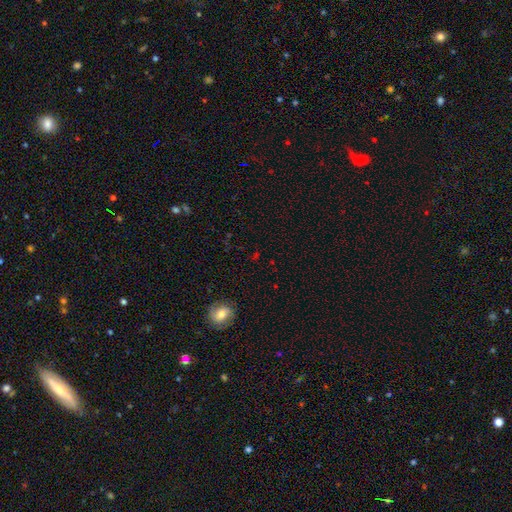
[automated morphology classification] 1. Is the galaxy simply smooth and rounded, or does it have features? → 45% star or artifact, 41% smooth, 15% featured or disk.